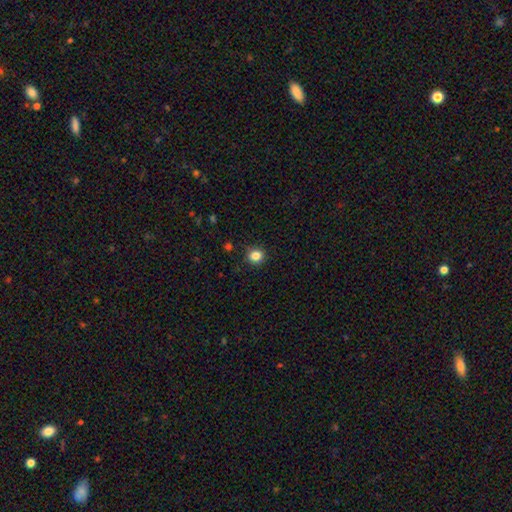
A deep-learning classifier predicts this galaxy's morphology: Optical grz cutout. It shows a smooth galaxy with no disk features (84%) that is round (78%). Merging: none (89%).